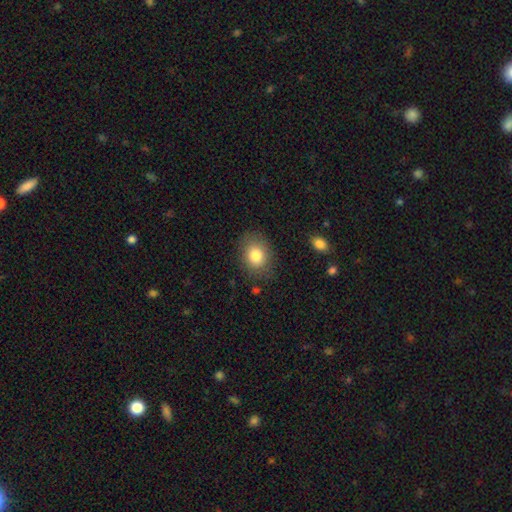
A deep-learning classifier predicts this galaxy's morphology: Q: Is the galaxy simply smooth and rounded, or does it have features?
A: smooth — 82%.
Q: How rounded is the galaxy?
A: in between — 57%.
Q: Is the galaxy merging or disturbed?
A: none — 81%.